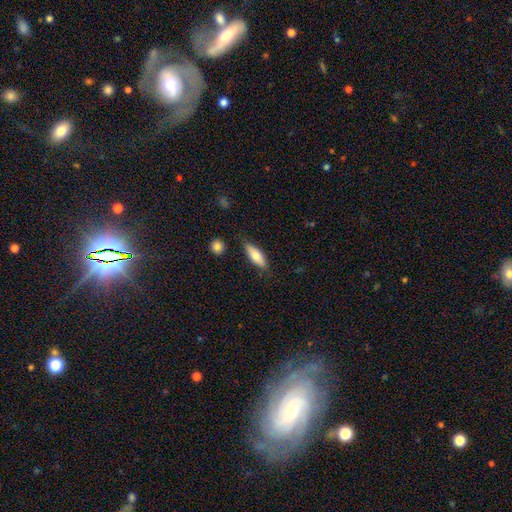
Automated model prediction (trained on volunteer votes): Smooth or featured? smooth (73%)
How rounded? in between (59%)
Merging? none (81%)